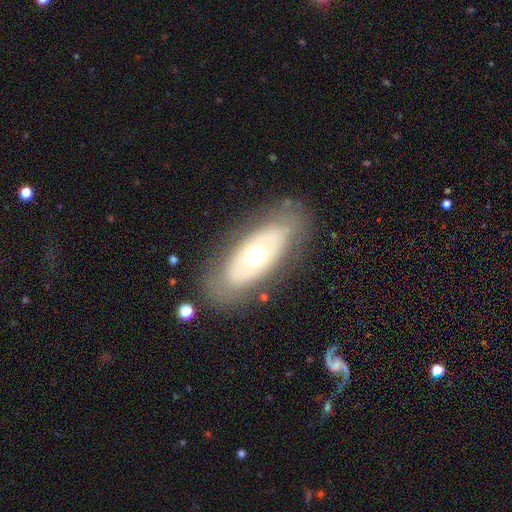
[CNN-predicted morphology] A featured or disk galaxy (53%). Merging: none (77%).